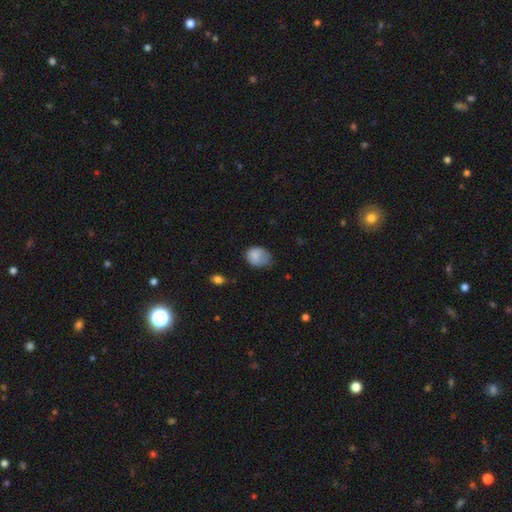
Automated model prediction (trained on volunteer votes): smooth-or-featured: smooth: 81% | featured or disk: 11% | star or artifact: 8%
  how-rounded: in between: 59% | round: 41% | cigar-shaped: 1%
  merging: none: 47% | minor disturbance: 38% | major disturbance: 13% | merger: 2%